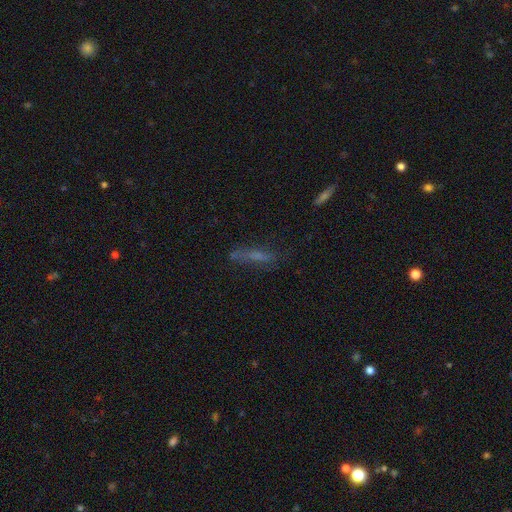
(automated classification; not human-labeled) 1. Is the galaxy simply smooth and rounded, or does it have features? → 45% smooth, 36% featured or disk, 18% star or artifact.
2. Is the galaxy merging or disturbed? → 67% none, 21% minor disturbance, 9% major disturbance, 3% merger.